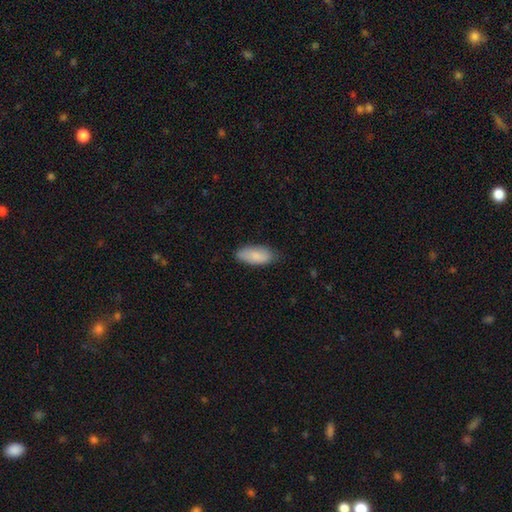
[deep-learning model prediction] smooth-or-featured: smooth: 85% | featured or disk: 9% | star or artifact: 6%
  how-rounded: in between: 88% | cigar-shaped: 10% | round: 2%
  merging: none: 76% | minor disturbance: 20% | major disturbance: 3% | merger: 1%